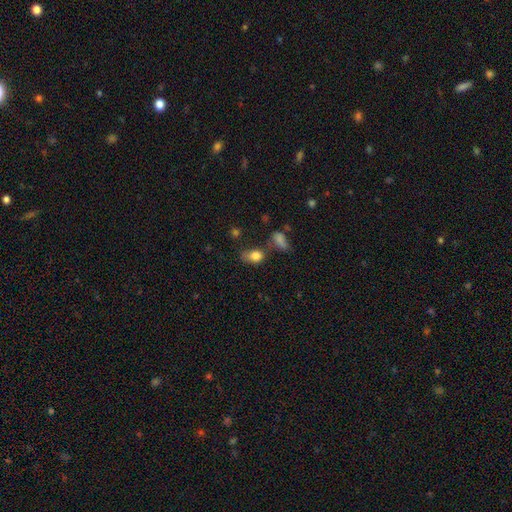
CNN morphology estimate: Overall: smooth (80%). How rounded: in between (76%). Merging: none (44%; minor disturbance 25%).